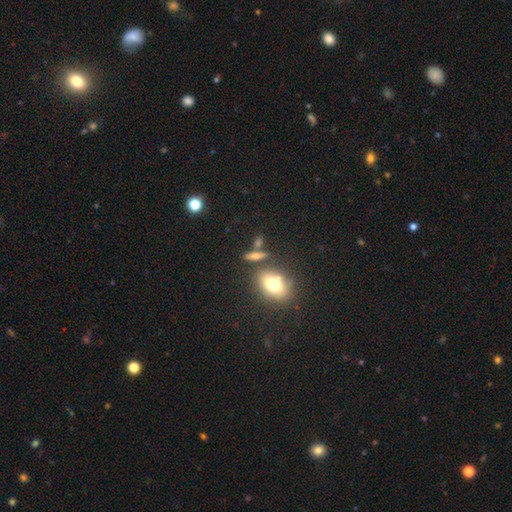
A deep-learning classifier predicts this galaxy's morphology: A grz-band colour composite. It shows a smooth galaxy with no disk features (56%) that is cigar-shaped (47%). Merging: none (70%).